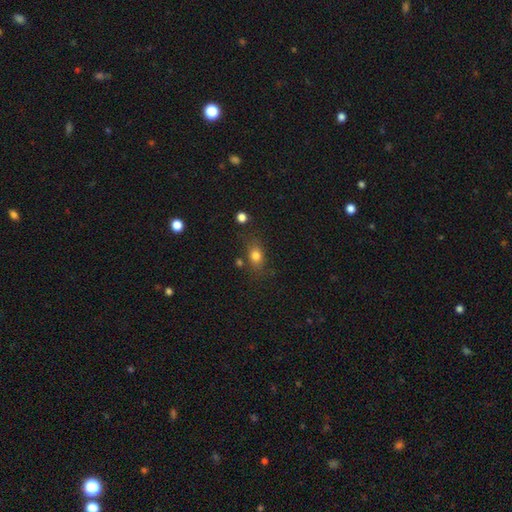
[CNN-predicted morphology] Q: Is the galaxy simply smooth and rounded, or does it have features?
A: smooth — 78%.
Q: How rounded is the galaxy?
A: in between — 65%.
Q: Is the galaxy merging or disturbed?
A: none — 70%.